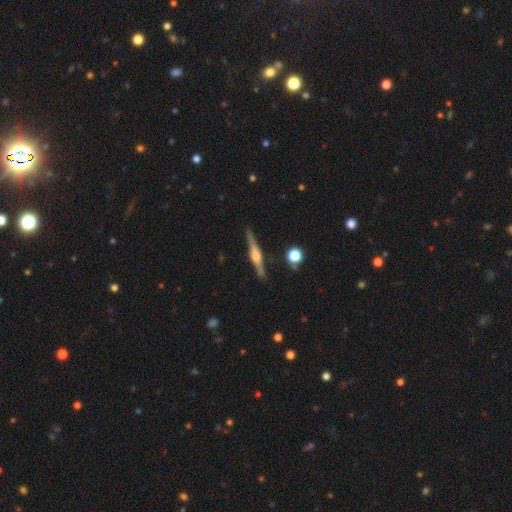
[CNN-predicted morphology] A featured or disk galaxy (81%) viewed edge-on (98%) with a rounded central bulge (83%).

Vote fractions:
- Smooth or featured? featured or disk: 81% / smooth: 14% / star or artifact: 6%
- Edge-on disk? yes: 98% / no: 2%
- Edge-on bulge? rounded: 83% / boxy: 14% / none: 4%
- Merging? none: 88% / minor disturbance: 8% / major disturbance: 2% / merger: 2%